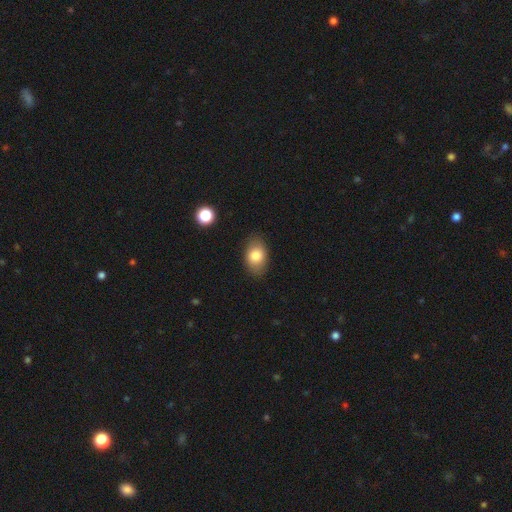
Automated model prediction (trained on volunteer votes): smooth 81%, featured or disk 11%, star or artifact 8%. Down the decision tree: how rounded — in between (84%); merging — none (83%).